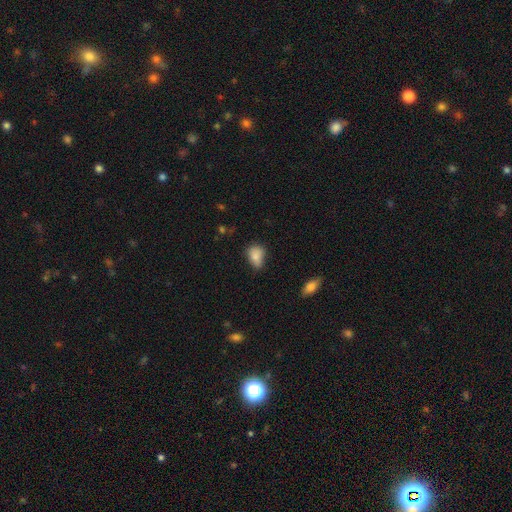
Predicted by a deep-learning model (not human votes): Smooth or featured: smooth — 82% (star or artifact — 9%)
How rounded: in between — 73% (round — 25%)
Merging: none — 51% (minor disturbance — 38%)